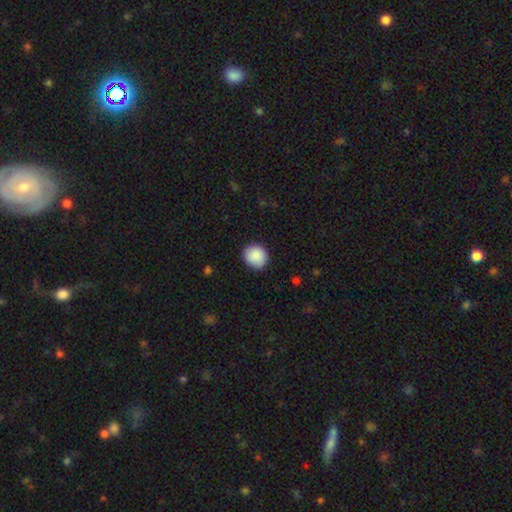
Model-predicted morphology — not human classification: The model was most divided on "how rounded": round: 82%, in between: 17%, cigar-shaped: 1%. More confident: smooth or featured — smooth (90%); merging — none (89%).